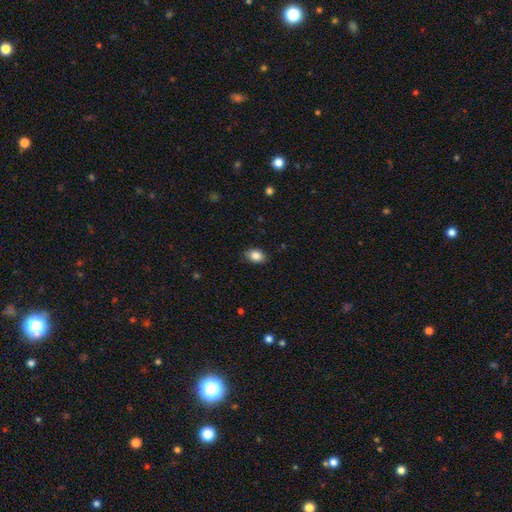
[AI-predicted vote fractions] smooth_or_featured: smooth (p=0.86) [alt: star or artifact p=0.08]
how_rounded: in between (p=0.77) [alt: round p=0.22]
merging: none (p=0.82) [alt: minor disturbance p=0.14]